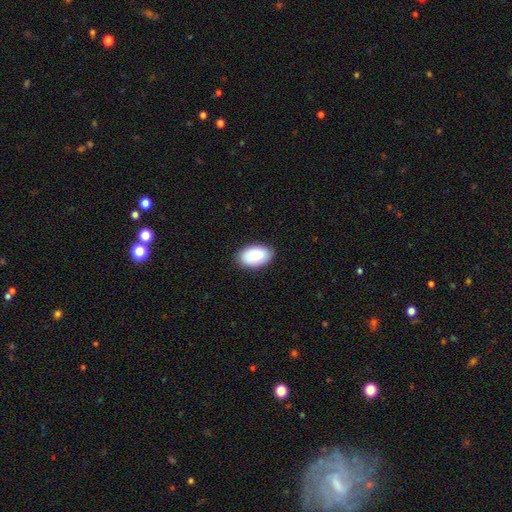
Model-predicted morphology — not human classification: Q: Smooth or featured?
A: smooth (82%); runner-up: featured or disk (12%)
Q: How rounded?
A: in between (93%); runner-up: round (6%)
Q: Merging?
A: none (87%); runner-up: minor disturbance (10%)